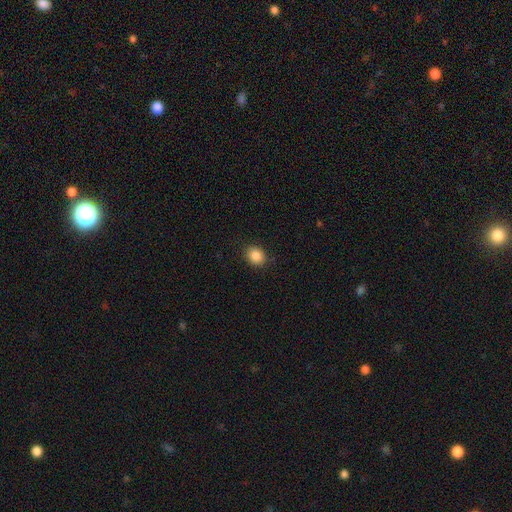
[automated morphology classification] smooth_or_featured: smooth (p=0.87) [alt: star or artifact p=0.09]
how_rounded: round (p=0.62) [alt: in between p=0.37]
merging: none (p=0.88) [alt: minor disturbance p=0.09]